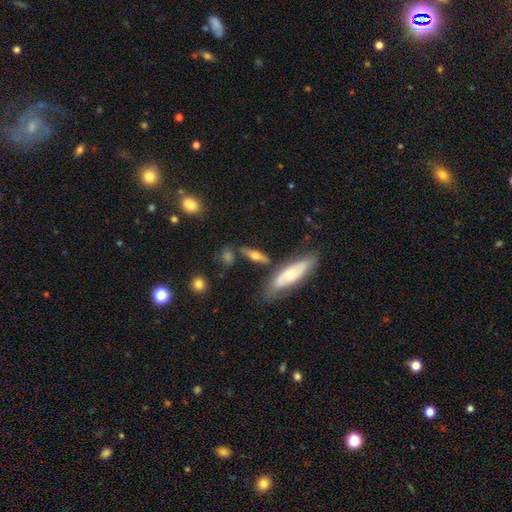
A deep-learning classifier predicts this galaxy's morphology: smooth-or-featured: featured or disk: 49% | smooth: 44% | star or artifact: 7%
  merging: none: 66% | minor disturbance: 16% | merger: 11% | major disturbance: 6%